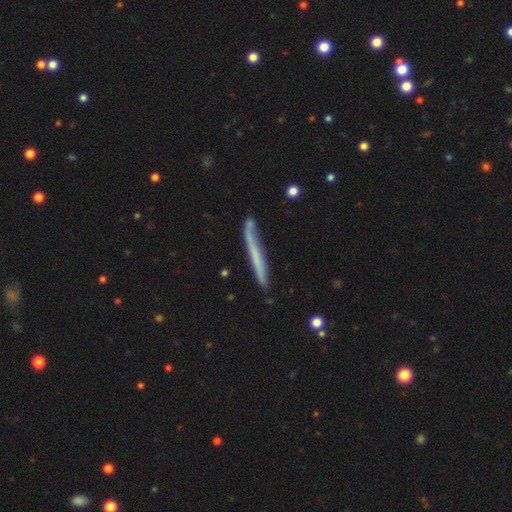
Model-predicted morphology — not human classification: Smooth or featured: smooth — 47% (featured or disk — 45%)
Merging: none — 76% (minor disturbance — 18%)